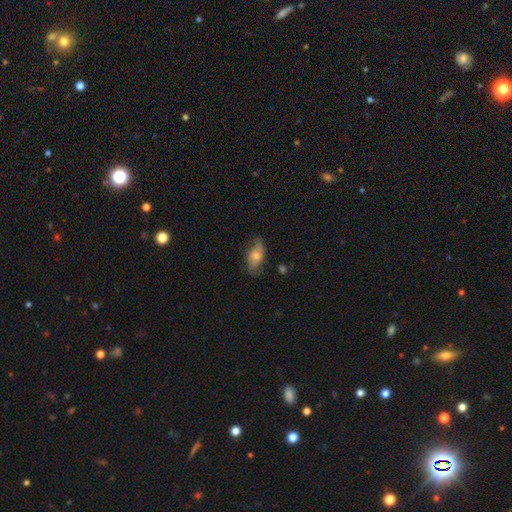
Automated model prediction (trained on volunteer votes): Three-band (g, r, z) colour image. It shows a smooth galaxy with no disk features (50%) that is in between round and cigar-shaped (86%). Merging: none (71%).